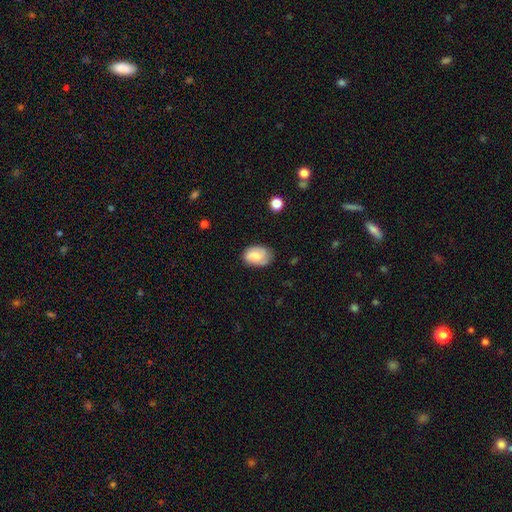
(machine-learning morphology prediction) A smooth galaxy with no disk features (61%) that is in between round and cigar-shaped (81%). Merging: none (73%).